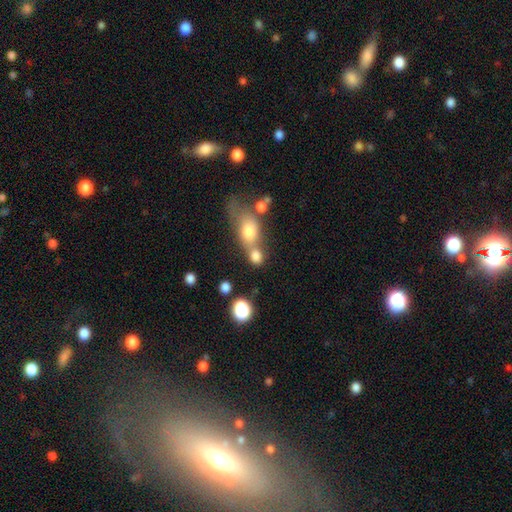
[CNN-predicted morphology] This appears to be a smooth galaxy with no disk features (77%) that is round (58%). Merging: merger (52%).